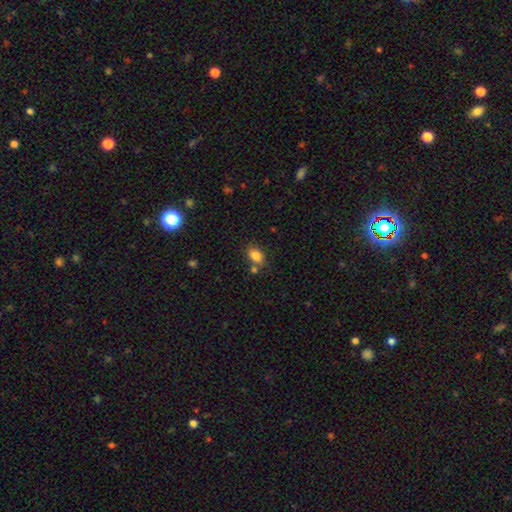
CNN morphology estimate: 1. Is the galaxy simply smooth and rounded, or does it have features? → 82% smooth, 10% star or artifact, 8% featured or disk.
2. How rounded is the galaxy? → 78% in between, 21% round, 1% cigar-shaped.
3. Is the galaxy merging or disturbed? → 68% none, 15% minor disturbance, 14% merger, 4% major disturbance.